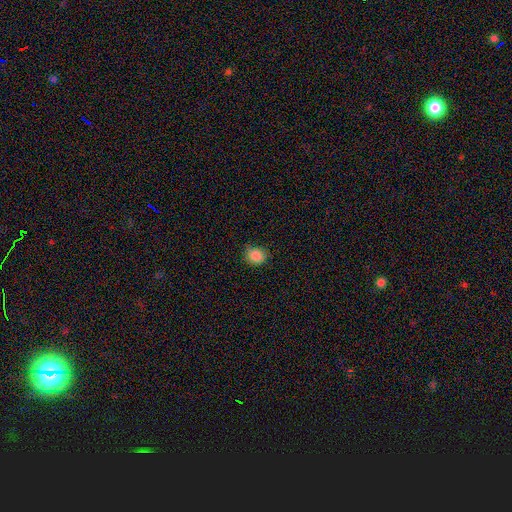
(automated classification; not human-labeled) Smooth or featured: smooth — 86% (star or artifact — 10%)
How rounded: round — 70% (in between — 30%)
Merging: none — 80% (minor disturbance — 16%)